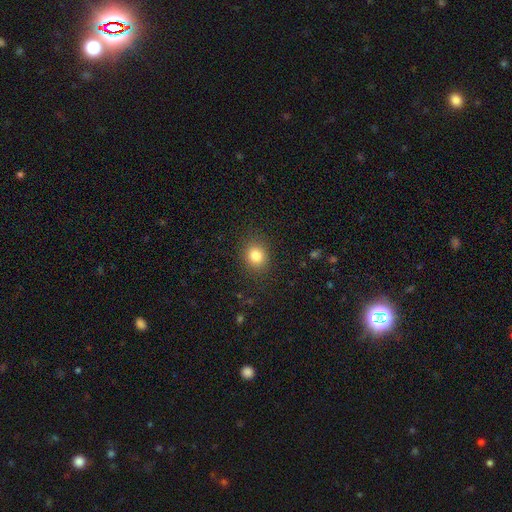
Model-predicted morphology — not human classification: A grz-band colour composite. It shows a smooth galaxy with no disk features (82%) that is round (72%). Merging: none (87%).